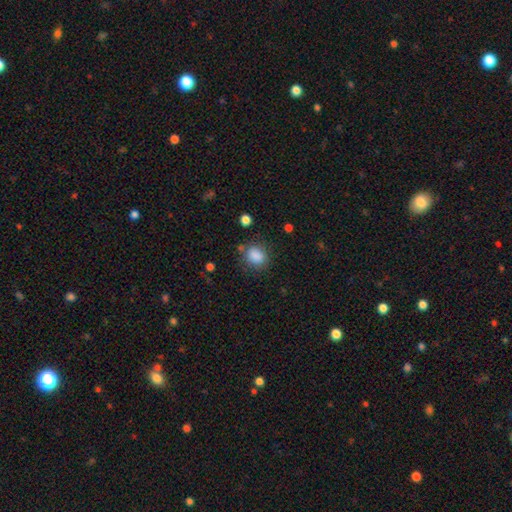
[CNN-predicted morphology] Smooth or featured: smooth — 86% (star or artifact — 10%)
How rounded: round — 57% (in between — 42%)
Merging: none — 74% (minor disturbance — 17%)